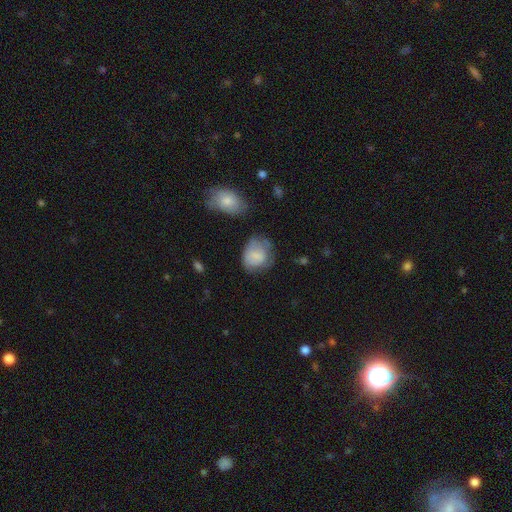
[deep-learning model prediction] A smooth galaxy with no disk features (72%) that is round (53%). Merging: none (46%).